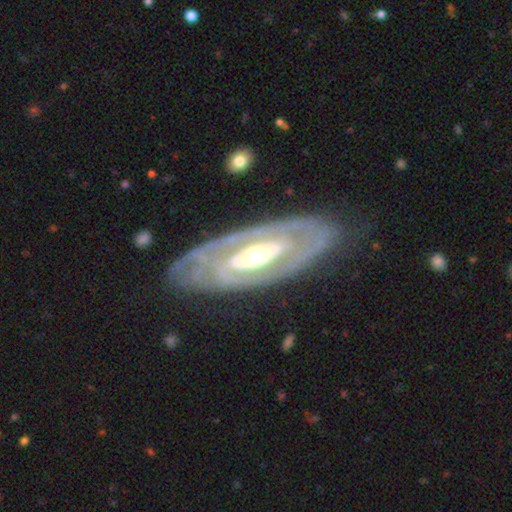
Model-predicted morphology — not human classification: type=featured or disk (85%); edge-on=no (88%); bar=no (46%); spiral arms=yes (73%); winding=tight (69%); arm count=can't tell (42%); bulge=moderate (67%); merging=none (77%).